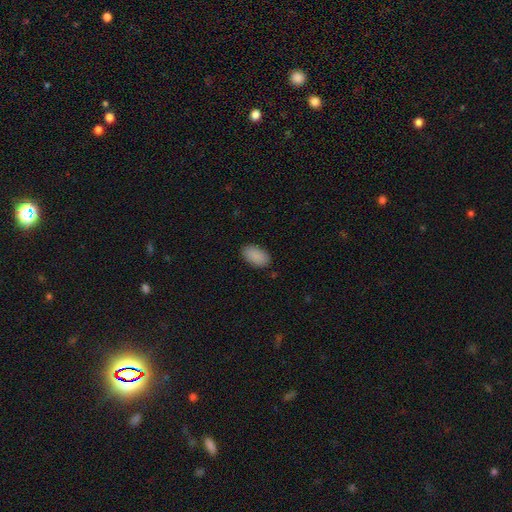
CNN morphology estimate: The model was most divided on "merging": none: 87%, minor disturbance: 10%, major disturbance: 2%, merger: 1%. More confident: how rounded — in between (94%); smooth or featured — smooth (90%).